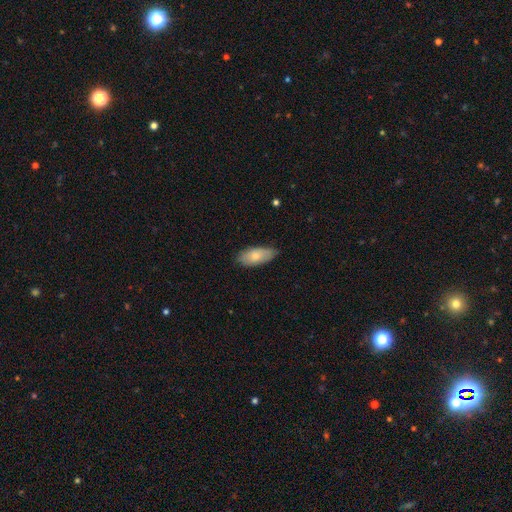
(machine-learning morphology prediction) A smooth galaxy with no disk features (74%) that is in between round and cigar-shaped (86%).

Vote fractions:
- Smooth or featured? smooth: 74% / featured or disk: 20% / star or artifact: 6%
- How rounded? in between: 86% / cigar-shaped: 11% / round: 2%
- Merging? none: 78% / minor disturbance: 18% / major disturbance: 3% / merger: 1%